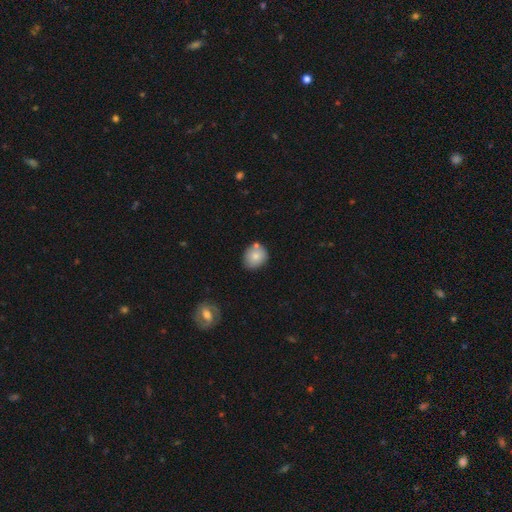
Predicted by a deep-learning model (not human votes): A smooth galaxy with no disk features (78%) that is round (70%).

Vote fractions:
- Smooth or featured? smooth: 78% / featured or disk: 13% / star or artifact: 9%
- How rounded? round: 70% / in between: 29% / cigar-shaped: 1%
- Merging? none: 70% / minor disturbance: 14% / merger: 12% / major disturbance: 3%